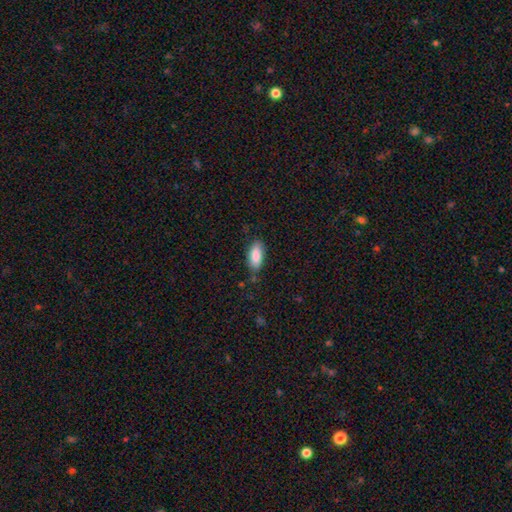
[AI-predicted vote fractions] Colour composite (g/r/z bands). It shows a smooth galaxy with no disk features (87%) that is in between round and cigar-shaped (86%). Merging: none (80%).